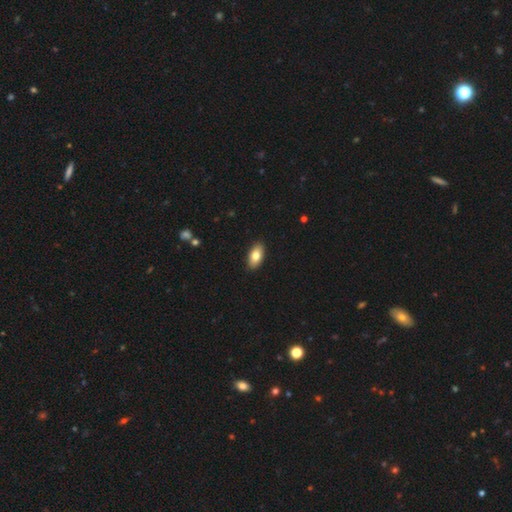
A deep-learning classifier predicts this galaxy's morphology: Overall: smooth (80%). How rounded: in between (92%). Merging: none (90%).